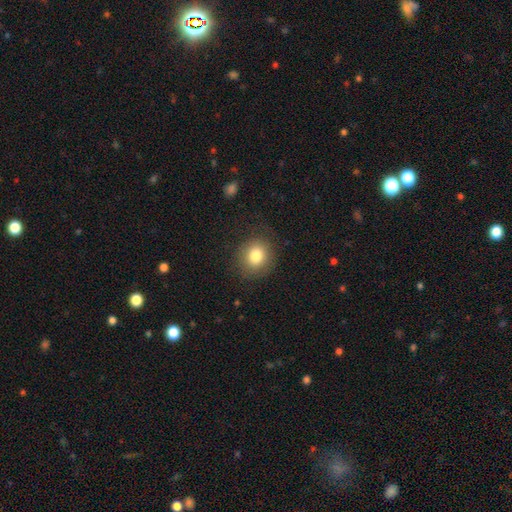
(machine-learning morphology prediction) This appears to be a smooth galaxy with no disk features (80%) that is round (76%). Merging: none (83%).